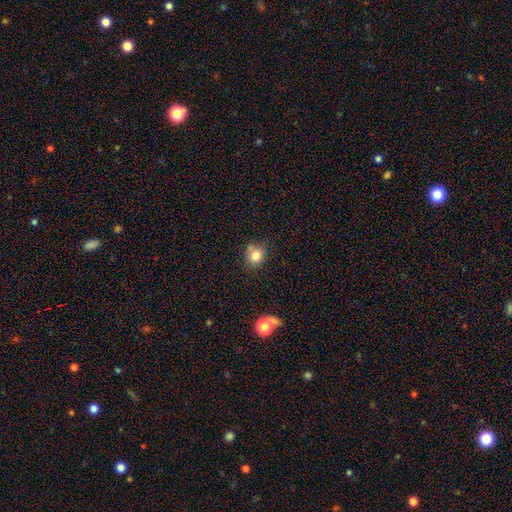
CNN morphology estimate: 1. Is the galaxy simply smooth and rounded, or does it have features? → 81% smooth, 11% star or artifact, 8% featured or disk.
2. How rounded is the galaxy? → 76% round, 23% in between, 1% cigar-shaped.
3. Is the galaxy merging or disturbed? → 65% none, 20% minor disturbance, 10% merger, 6% major disturbance.